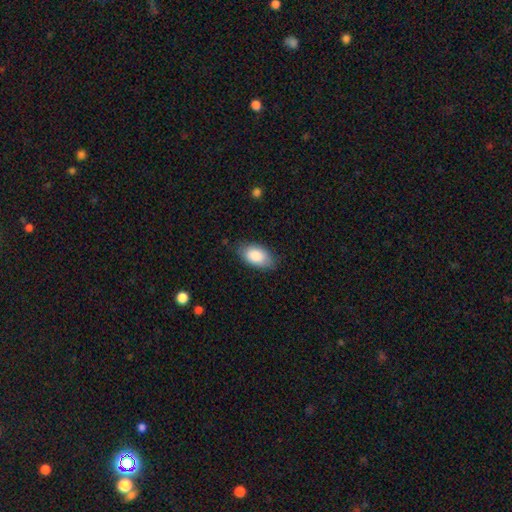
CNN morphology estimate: Overall: smooth (87%). How rounded: in between (94%). Merging: none (75%).